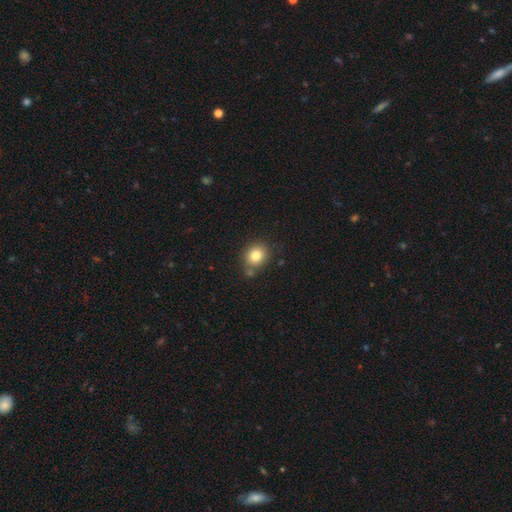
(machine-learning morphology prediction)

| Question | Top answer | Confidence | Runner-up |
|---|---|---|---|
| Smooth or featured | smooth | 81% | star or artifact (11%) |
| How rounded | round | 70% | in between (29%) |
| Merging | none | 73% | minor disturbance (14%) |